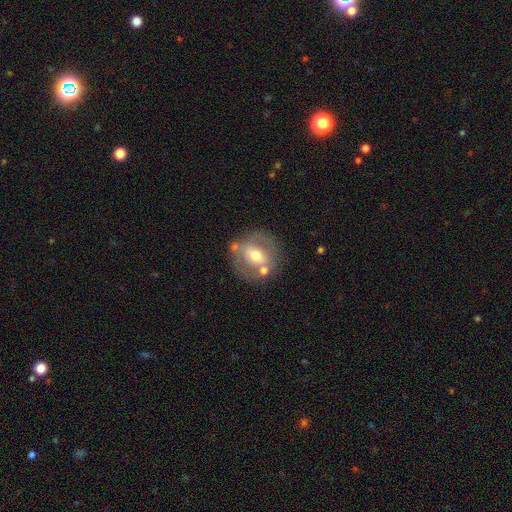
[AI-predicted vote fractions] The model was most divided on "smooth or featured": featured or disk: 49%, smooth: 43%, star or artifact: 8%. More confident: merging — none (68%).